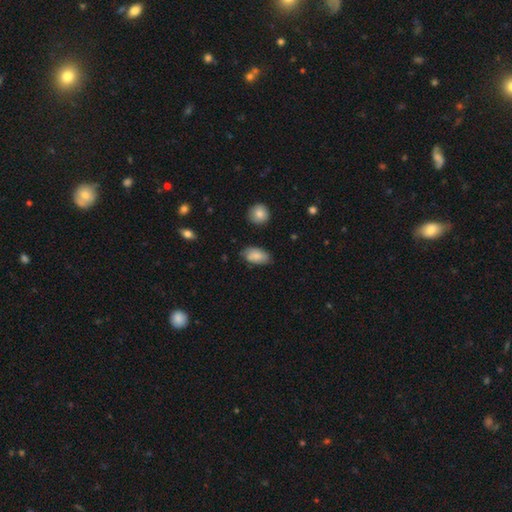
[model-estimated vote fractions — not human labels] Overall: smooth (81%). How rounded: in between (92%). Merging: none (74%).